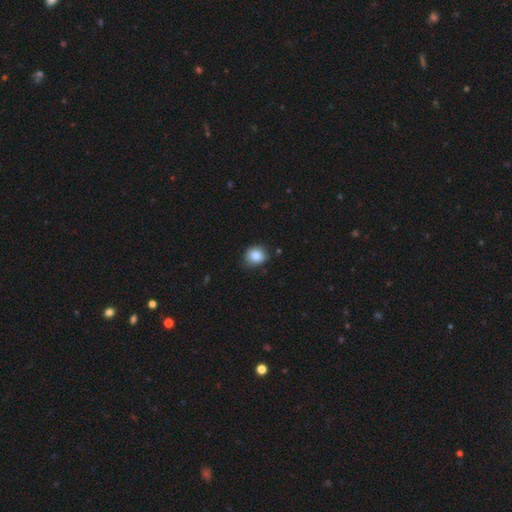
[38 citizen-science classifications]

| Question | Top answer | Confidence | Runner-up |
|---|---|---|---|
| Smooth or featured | smooth | 92% | featured or disk (5%) |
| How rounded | round | 83% | in between (17%) |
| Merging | none | 76% | minor disturbance (22%) |